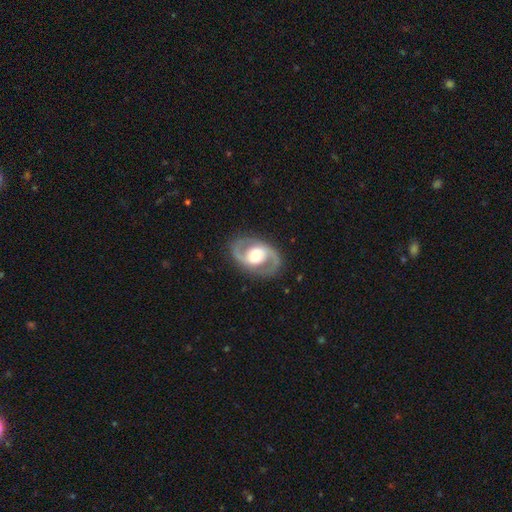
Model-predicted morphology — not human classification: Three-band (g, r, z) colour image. It shows a featured or disk galaxy (88%) with no bar (49%), 2 (94%) medium (56%) spiral arms (92%) and a moderate central bulge (67%). Merging: none (86%).